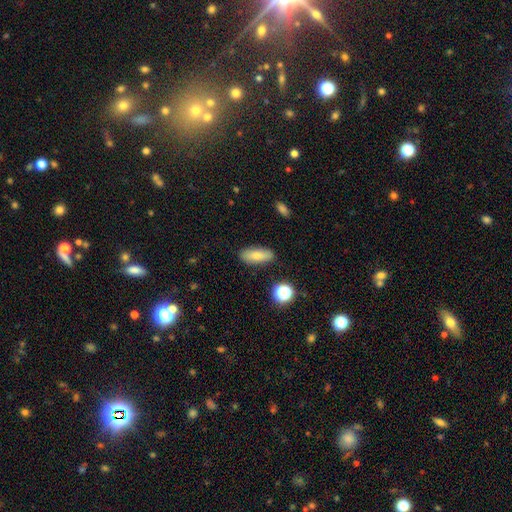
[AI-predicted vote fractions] smooth 78%, featured or disk 13%, star or artifact 9%. Down the decision tree: how rounded — in between (77%); merging — none (86%).